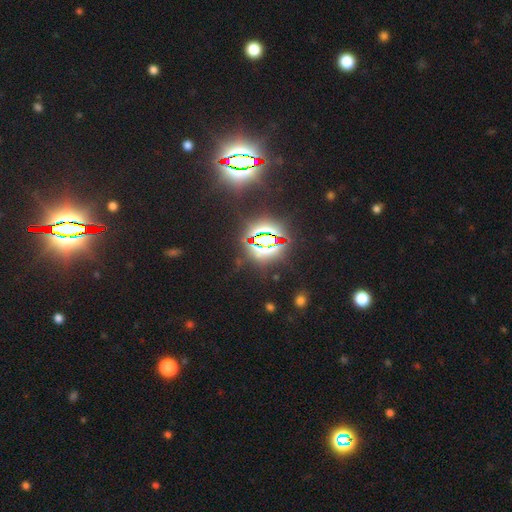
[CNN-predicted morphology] Smooth or featured? Predicted: star or artifact (p=0.84).